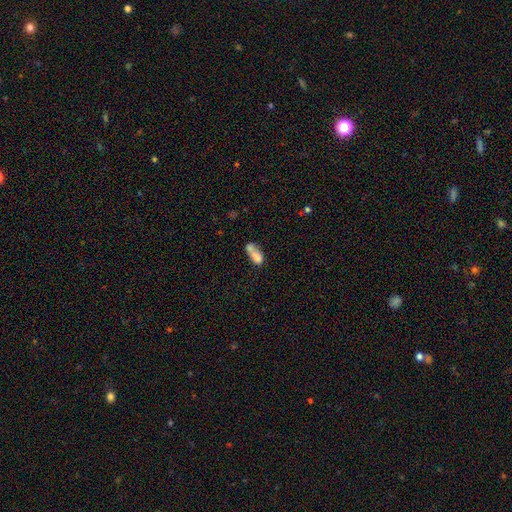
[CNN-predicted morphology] The model was most divided on "merging": merger: 52%, none: 23%, minor disturbance: 15%, major disturbance: 10%. More confident: how rounded — in between (80%); smooth or featured — smooth (71%).